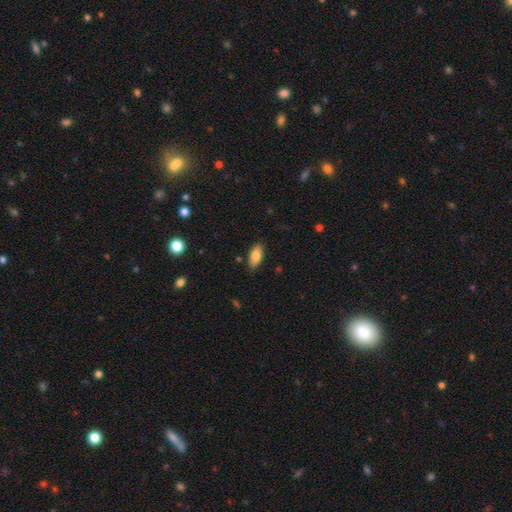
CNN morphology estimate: smooth 84%, featured or disk 9%, star or artifact 7%. Down the decision tree: how rounded — in between (90%); merging — none (84%).